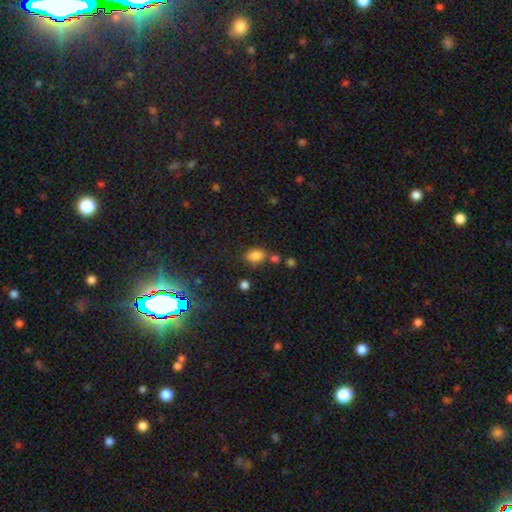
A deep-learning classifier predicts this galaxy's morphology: A smooth galaxy with no disk features (81%) that is in between round and cigar-shaped (72%). Merging: none (63%).